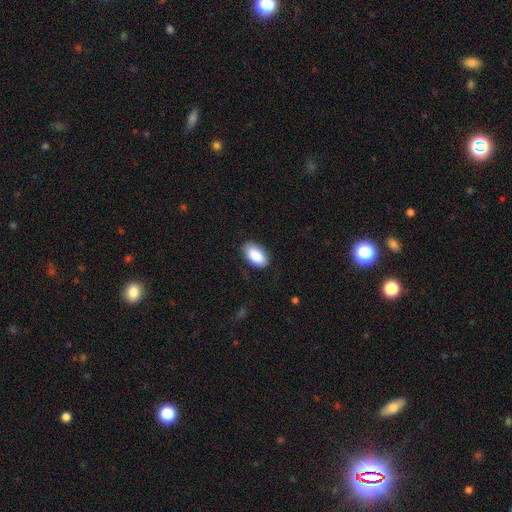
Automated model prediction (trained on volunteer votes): A smooth galaxy with no disk features (89%) that is in between round and cigar-shaped (95%).

Vote fractions:
- Smooth or featured? smooth: 89% / star or artifact: 6% / featured or disk: 5%
- How rounded? in between: 95% / round: 3% / cigar-shaped: 2%
- Merging? none: 83% / minor disturbance: 13% / major disturbance: 3% / merger: 1%